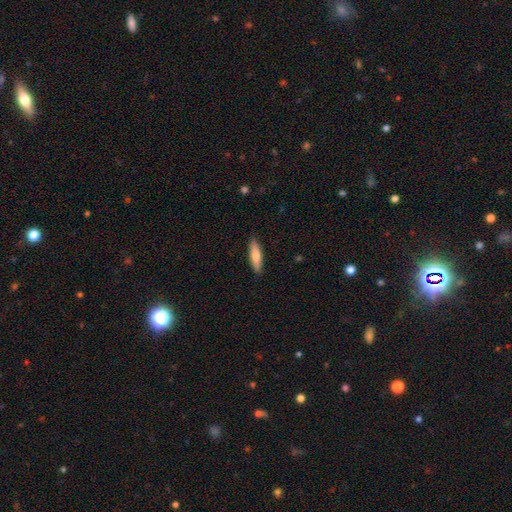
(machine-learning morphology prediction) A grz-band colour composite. It shows a smooth galaxy with no disk features (76%) that is cigar-shaped (69%). Merging: none (89%).